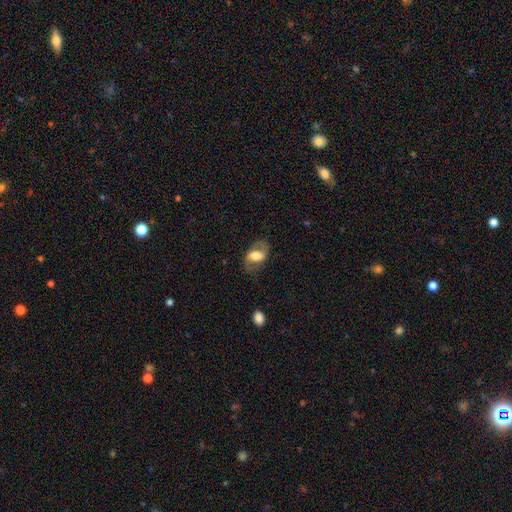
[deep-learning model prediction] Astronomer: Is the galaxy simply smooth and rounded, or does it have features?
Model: featured or disk — 59%.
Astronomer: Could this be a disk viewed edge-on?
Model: no — 93%.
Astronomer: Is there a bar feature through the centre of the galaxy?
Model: weak — 39% (runner-up: no, 34%).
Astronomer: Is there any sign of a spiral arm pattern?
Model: yes — 81%.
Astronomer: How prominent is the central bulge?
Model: large — 42% (runner-up: moderate, 39%).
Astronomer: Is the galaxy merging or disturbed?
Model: none — 71%.